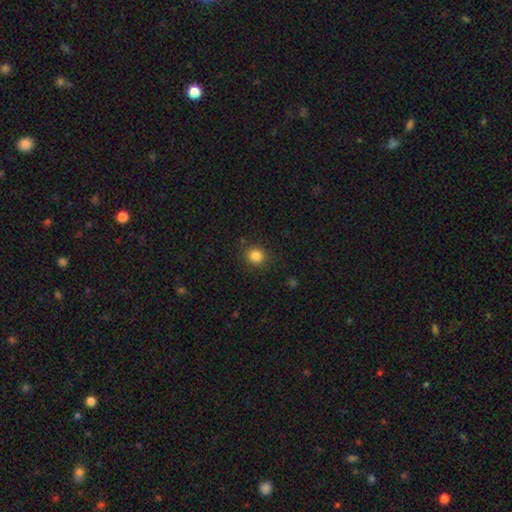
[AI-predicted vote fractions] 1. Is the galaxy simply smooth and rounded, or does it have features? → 84% smooth, 12% star or artifact, 4% featured or disk.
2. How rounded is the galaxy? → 88% round, 11% in between, 1% cigar-shaped.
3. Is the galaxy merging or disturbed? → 87% none, 8% minor disturbance, 3% major disturbance, 1% merger.